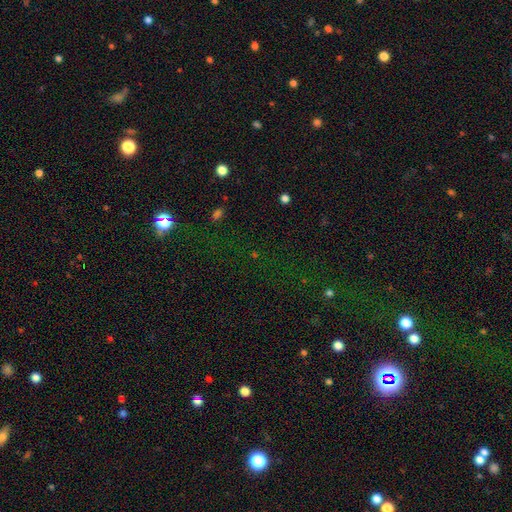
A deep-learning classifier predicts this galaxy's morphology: A star or artifact, not a galaxy (70%).

Vote fractions:
- Smooth or featured? star or artifact: 70% / smooth: 21% / featured or disk: 9%